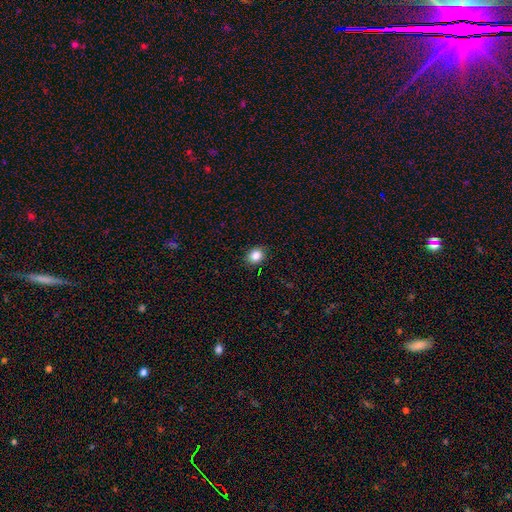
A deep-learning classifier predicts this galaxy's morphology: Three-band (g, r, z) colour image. It shows a smooth galaxy with no disk features (85%) that is round (59%). Merging: none (88%).